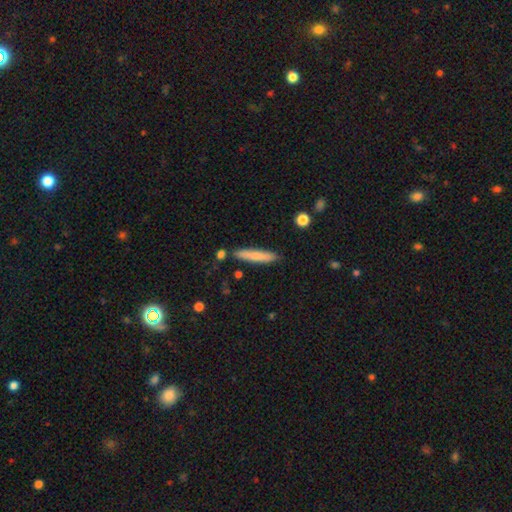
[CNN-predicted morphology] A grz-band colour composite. It shows a smooth galaxy with no disk features (75%) that is cigar-shaped (91%). Merging: none (85%).